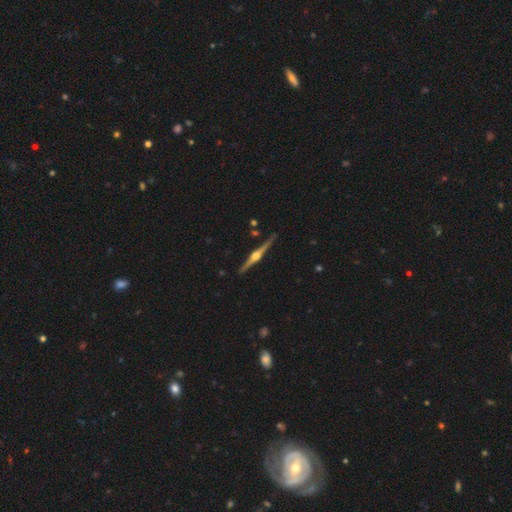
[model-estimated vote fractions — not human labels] smooth_or_featured: featured or disk (p=0.88) [alt: smooth p=0.08]
disk_edge_on: yes (p=0.99) [alt: no p=0.01]
edge_on_bulge: rounded (p=0.95) [alt: boxy p=0.03]
merging: none (p=0.91) [alt: minor disturbance p=0.06]